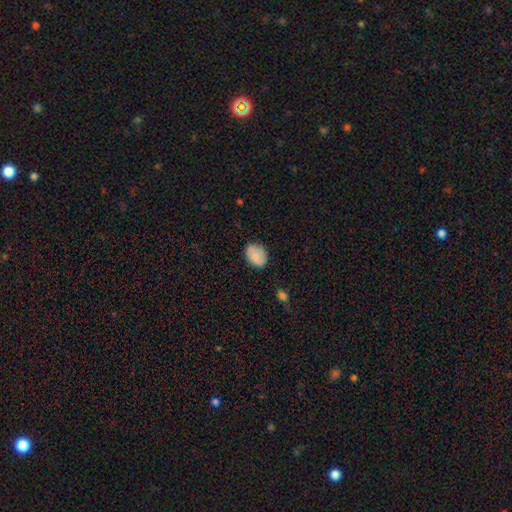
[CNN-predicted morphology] smooth_or_featured: smooth (p=0.79) [alt: featured or disk p=0.14]
how_rounded: in between (p=0.65) [alt: round p=0.34]
merging: none (p=0.79) [alt: minor disturbance p=0.17]